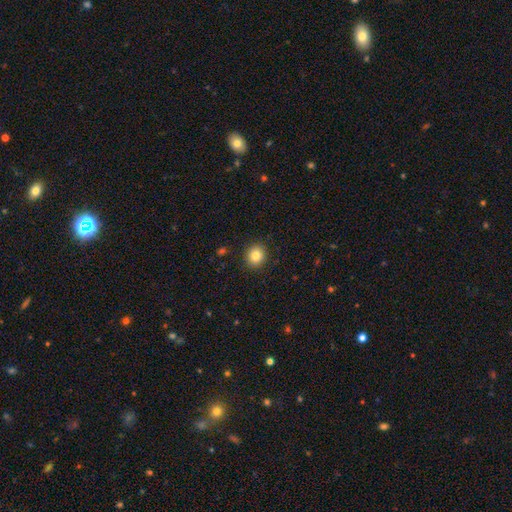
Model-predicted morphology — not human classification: A smooth galaxy with no disk features (82%) that is round (84%). Merging: none (91%).